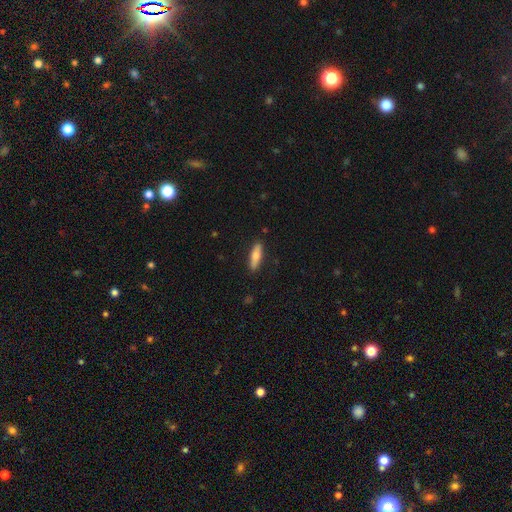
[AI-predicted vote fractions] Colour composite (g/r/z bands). It shows a smooth galaxy with no disk features (72%) that is cigar-shaped (64%). Merging: none (88%).